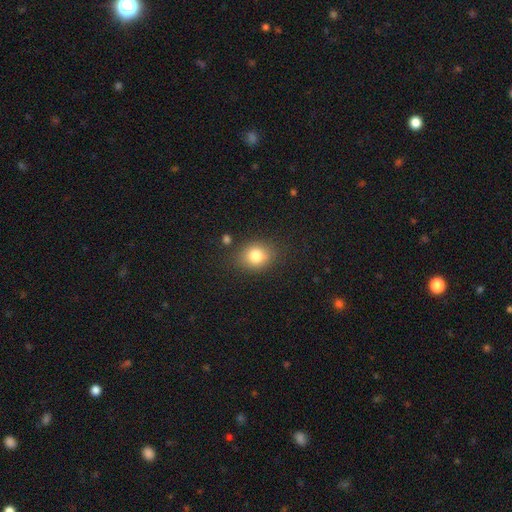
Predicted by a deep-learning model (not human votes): smooth_or_featured: smooth (p=0.81) [alt: star or artifact p=0.10]
how_rounded: round (p=0.56) [alt: in between p=0.43]
merging: none (p=0.79) [alt: minor disturbance p=0.13]